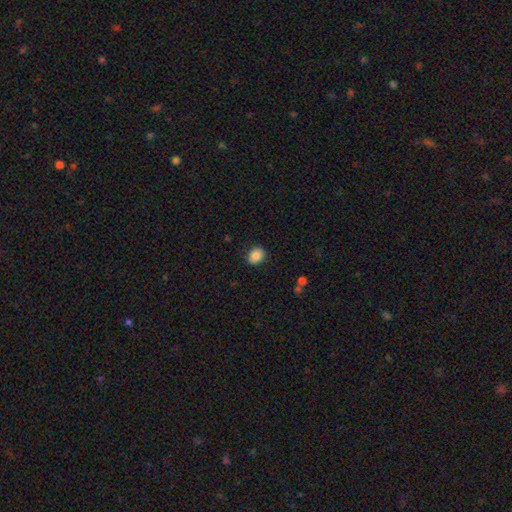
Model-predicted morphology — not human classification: Overall: smooth (86%). How rounded: round (55%; in between 45%). Merging: none (85%).